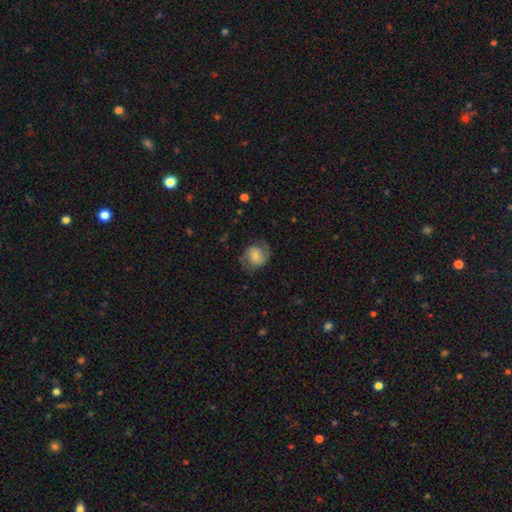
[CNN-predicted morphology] featured or disk 51%, smooth 41%, star or artifact 8%. Down the decision tree: edge-on disk — no (97%); merging — none (70%).